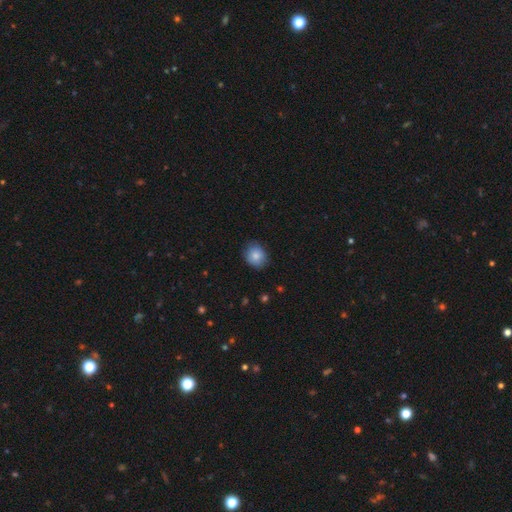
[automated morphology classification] Overall: smooth (84%). How rounded: round (62%; in between 37%). Merging: none (80%).